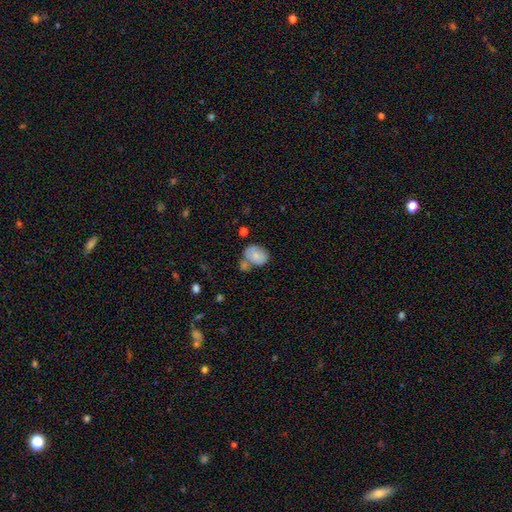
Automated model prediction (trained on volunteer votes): The model was most divided on "merging": none: 35%, merger: 34%, minor disturbance: 22%, major disturbance: 9%. More confident: smooth or featured — smooth (74%); how rounded — in between (59%).